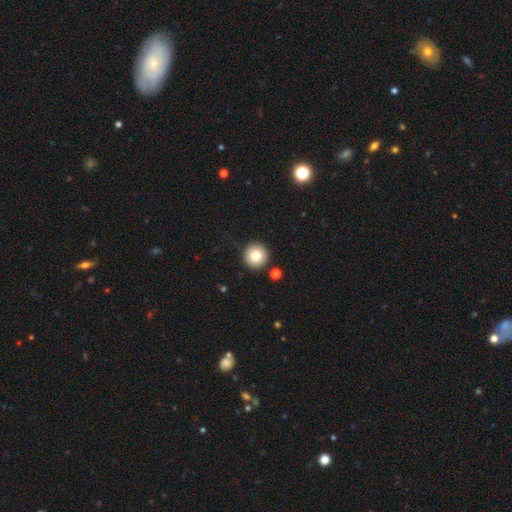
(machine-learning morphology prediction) smooth 79%, featured or disk 11%, star or artifact 10%. Down the decision tree: how rounded — round (96%); merging — none (89%).